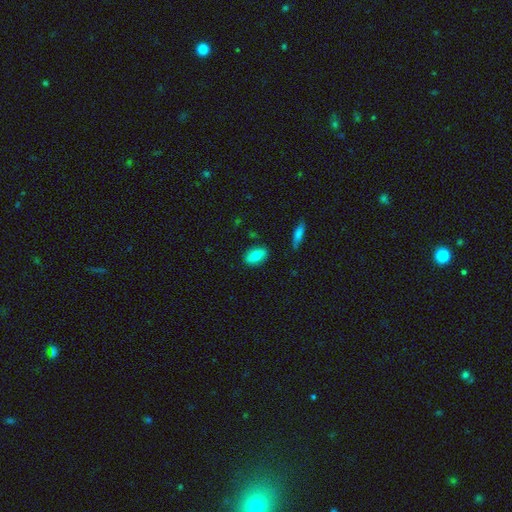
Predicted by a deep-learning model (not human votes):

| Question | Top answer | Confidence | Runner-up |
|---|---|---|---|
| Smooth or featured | smooth | 77% | featured or disk (15%) |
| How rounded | in between | 87% | round (8%) |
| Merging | none | 86% | minor disturbance (10%) |